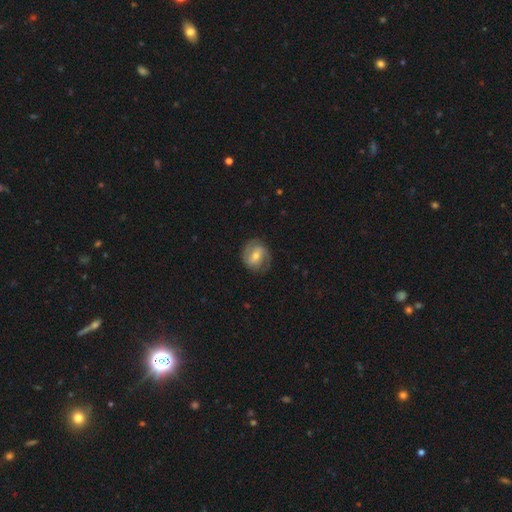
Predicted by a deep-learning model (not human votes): smooth_or_featured: featured or disk (p=0.64) [alt: smooth p=0.29]
disk_edge_on: no (p=0.97) [alt: yes p=0.03]
bar: weak (p=0.46) [alt: no p=0.28]
has_spiral_arms: yes (p=0.85) [alt: no p=0.15]
spiral_winding: medium (p=0.42) [alt: tight p=0.38]
spiral_arm_count: 2 (p=0.72) [alt: can't tell p=0.15]
bulge_size: moderate (p=0.57) [alt: small p=0.37]
merging: none (p=0.74) [alt: minor disturbance p=0.17]